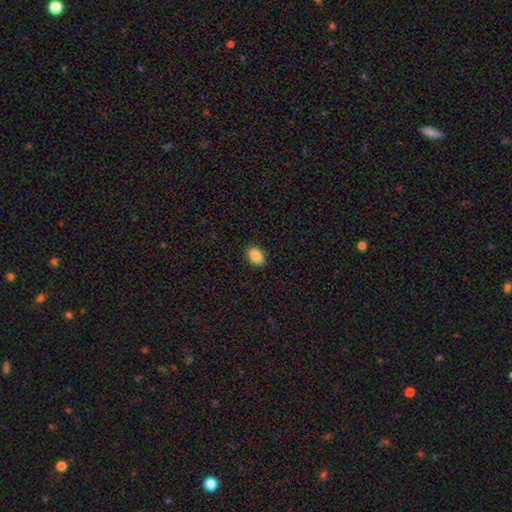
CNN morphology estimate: type=smooth (87%); roundness=in between (85%); merging=none (89%).